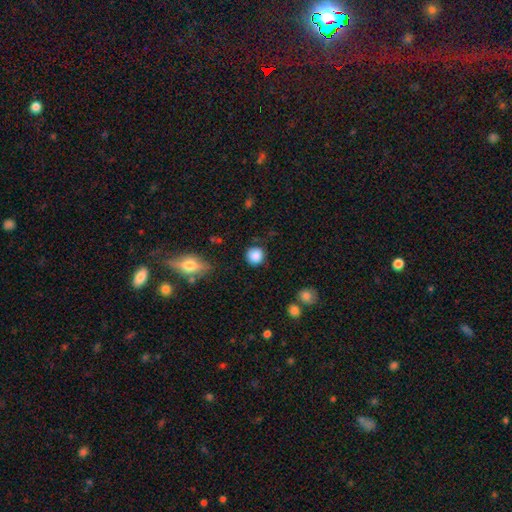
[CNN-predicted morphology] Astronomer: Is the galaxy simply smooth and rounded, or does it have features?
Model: smooth — 86%.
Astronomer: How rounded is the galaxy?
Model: round — 92%.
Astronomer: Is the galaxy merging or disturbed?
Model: none — 81%.